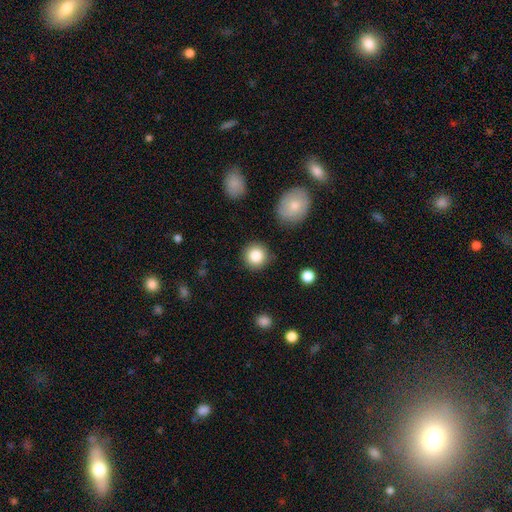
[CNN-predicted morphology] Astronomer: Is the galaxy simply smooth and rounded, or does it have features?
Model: smooth — 86%.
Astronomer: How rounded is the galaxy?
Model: round — 93%.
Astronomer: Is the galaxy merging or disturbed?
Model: none — 87%.